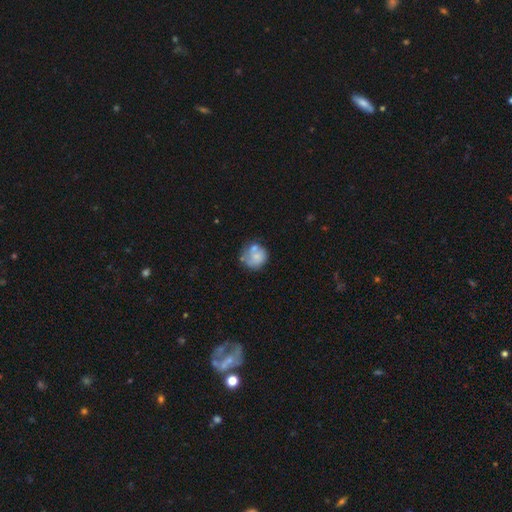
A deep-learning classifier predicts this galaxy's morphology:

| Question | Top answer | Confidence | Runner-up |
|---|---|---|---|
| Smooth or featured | smooth | 58% | featured or disk (33%) |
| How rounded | round | 81% | in between (19%) |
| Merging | none | 47% | minor disturbance (22%) |